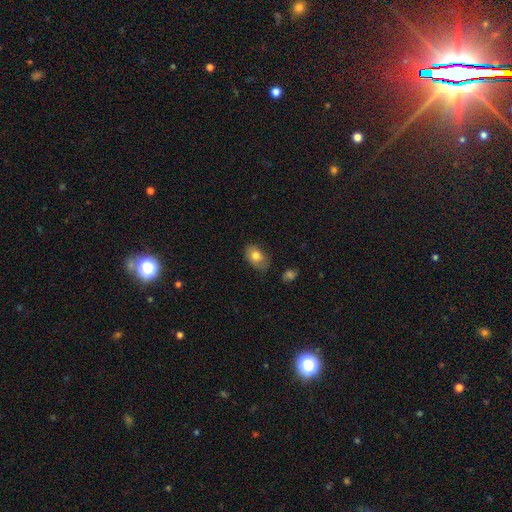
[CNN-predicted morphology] smooth 76%, featured or disk 16%, star or artifact 8%. Down the decision tree: how rounded — in between (83%); merging — none (73%).